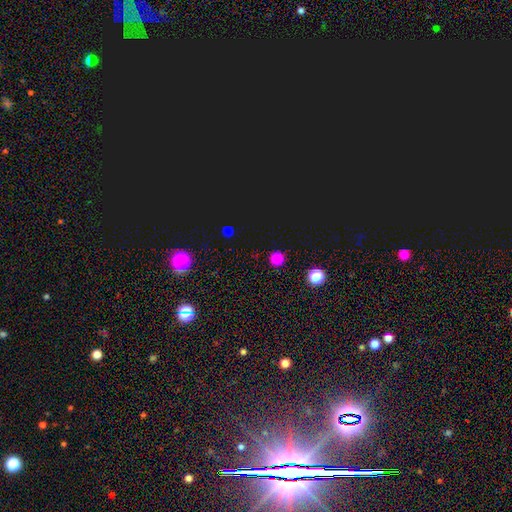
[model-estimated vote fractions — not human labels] This is likely a smooth galaxy (68%). How rounded: clearly round (95%). Merging: clearly none (91%).